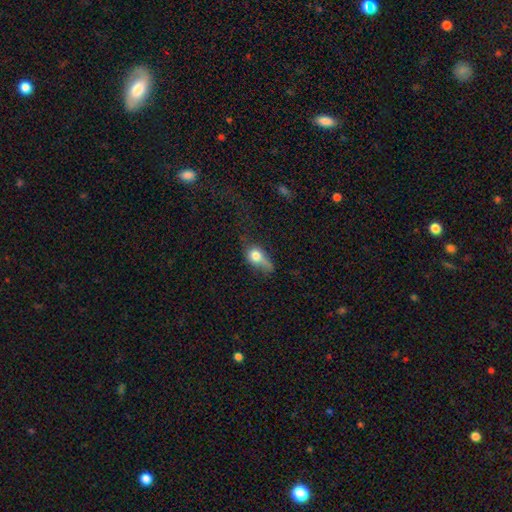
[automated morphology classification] Smooth or featured? Predicted: smooth (p=0.72). How rounded? Predicted: in between (p=0.58). Merging? Predicted: major disturbance (p=0.32).